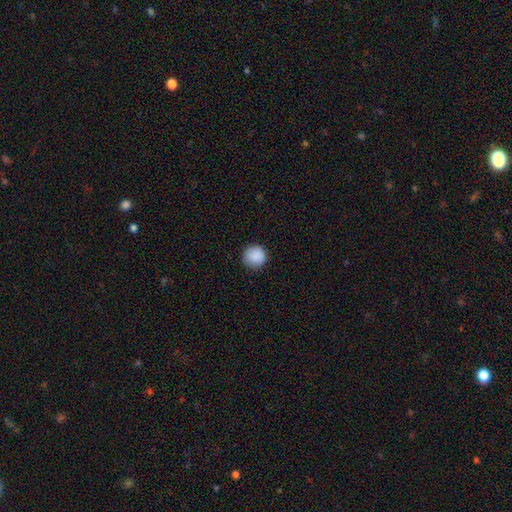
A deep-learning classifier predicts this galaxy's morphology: The model was most divided on "merging": none: 88%, minor disturbance: 9%, major disturbance: 2%, merger: 1%. More confident: how rounded — round (94%); smooth or featured — smooth (89%).